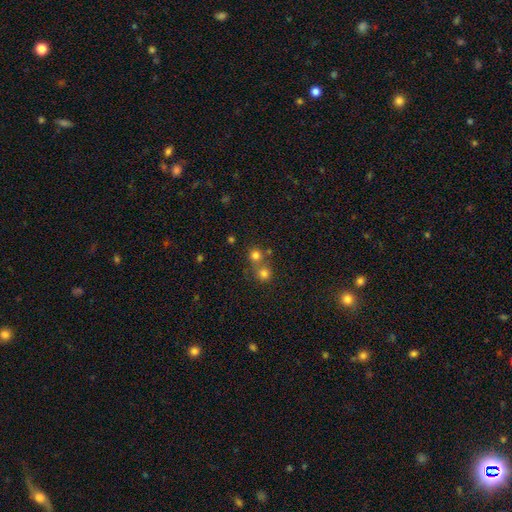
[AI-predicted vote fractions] This is likely a smooth galaxy (75%). How rounded: clearly round (89%). Merging: possibly none (52%).